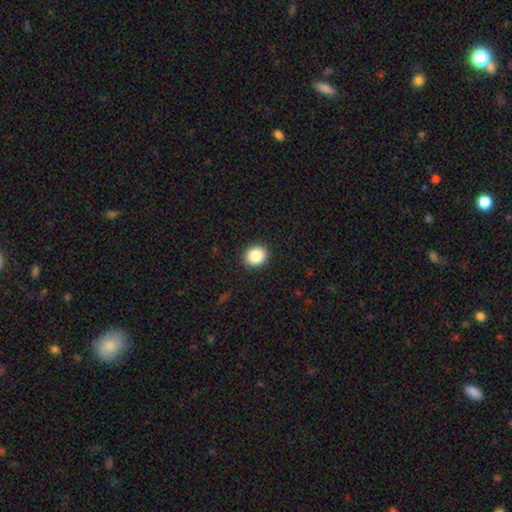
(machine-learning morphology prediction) This is clearly a smooth galaxy (87%). How rounded: likely round (76%). Merging: clearly none (91%).